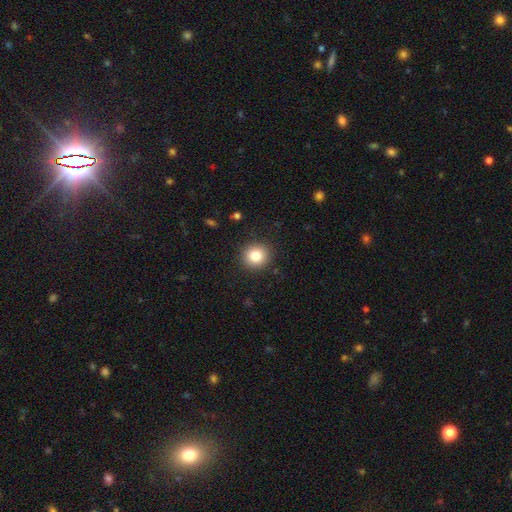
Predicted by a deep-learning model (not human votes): Q: Smooth or featured?
A: smooth (82%); runner-up: star or artifact (10%)
Q: How rounded?
A: round (90%); runner-up: in between (9%)
Q: Merging?
A: none (91%); runner-up: minor disturbance (6%)